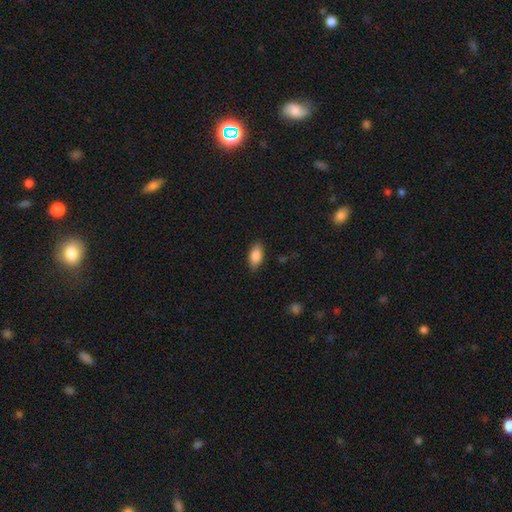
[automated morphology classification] This is clearly a smooth galaxy (86%). How rounded: clearly in between (91%). Merging: clearly none (85%).